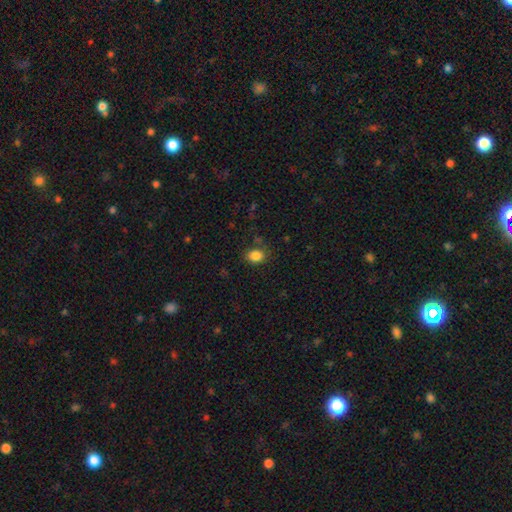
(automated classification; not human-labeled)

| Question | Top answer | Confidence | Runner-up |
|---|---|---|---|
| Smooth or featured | smooth | 85% | star or artifact (11%) |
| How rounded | in between | 59% | round (40%) |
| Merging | none | 76% | minor disturbance (16%) |